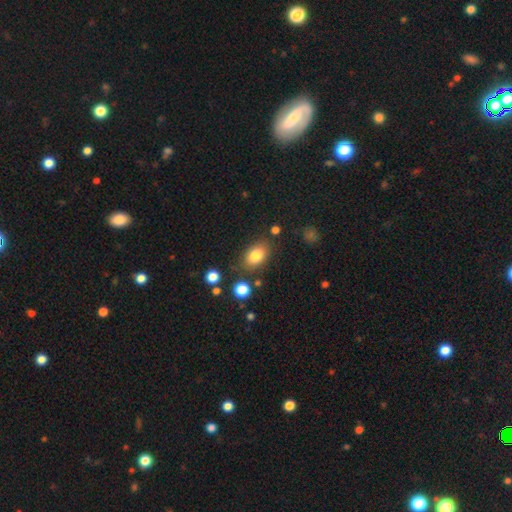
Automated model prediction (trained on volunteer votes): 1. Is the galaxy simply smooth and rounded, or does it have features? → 82% smooth, 9% star or artifact, 9% featured or disk.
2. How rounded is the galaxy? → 82% in between, 16% round, 2% cigar-shaped.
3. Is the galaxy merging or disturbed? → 78% none, 14% minor disturbance, 4% merger, 4% major disturbance.